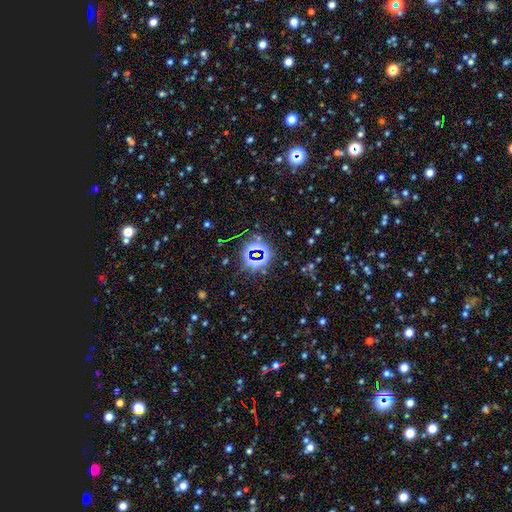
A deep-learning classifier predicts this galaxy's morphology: The model was most divided on "smooth or featured": star or artifact: 74%, smooth: 17%, featured or disk: 9%.